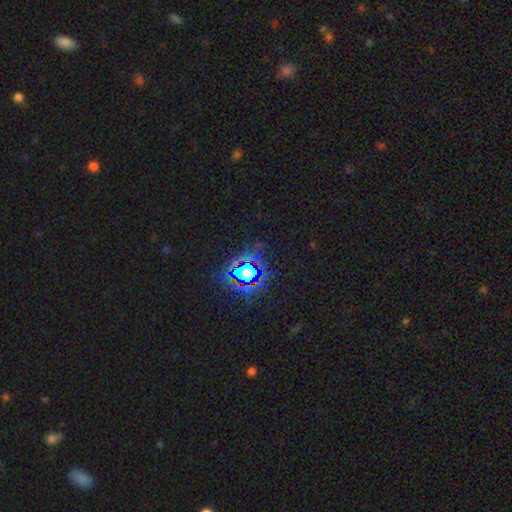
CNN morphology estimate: Smooth or featured: star or artifact — 81% (smooth — 12%)